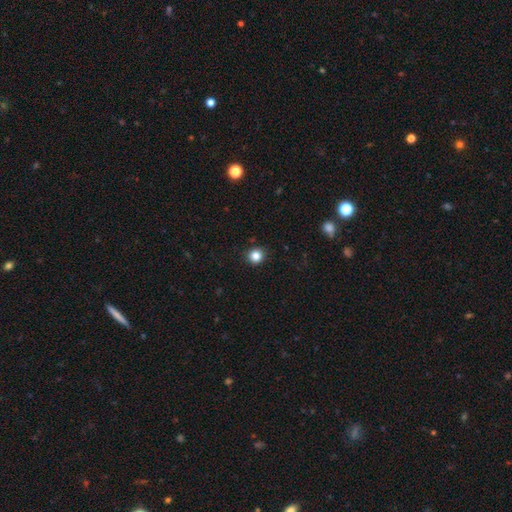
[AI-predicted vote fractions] This is clearly a smooth galaxy (85%). How rounded: clearly round (91%). Merging: clearly none (91%).